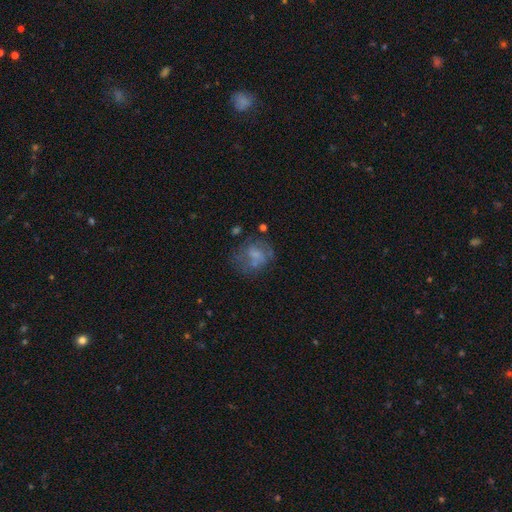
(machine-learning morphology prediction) A smooth galaxy with no disk features (45%). Merging: none (45%).